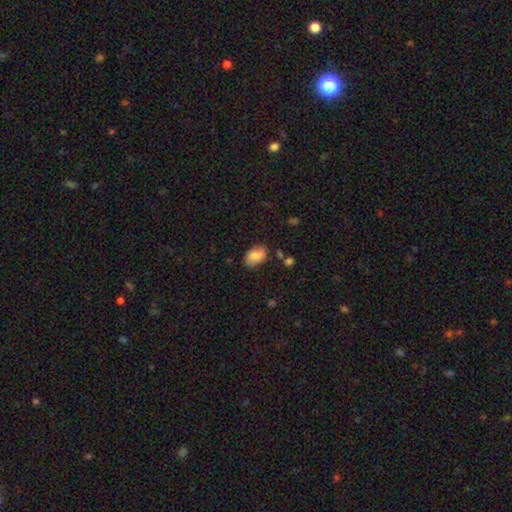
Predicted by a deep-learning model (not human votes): The model was most divided on "merging": none: 75%, minor disturbance: 18%, major disturbance: 4%, merger: 3%. More confident: how rounded — in between (86%); smooth or featured — smooth (78%).